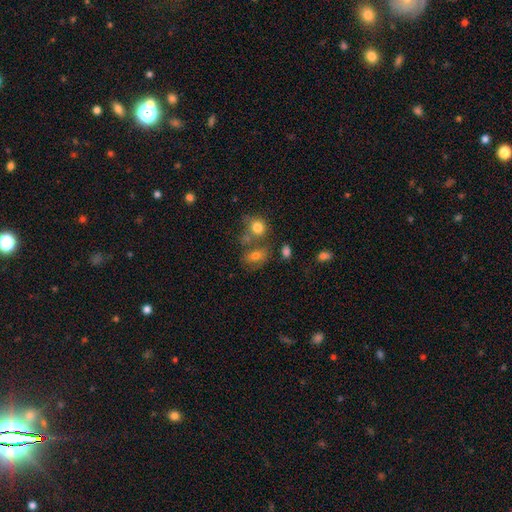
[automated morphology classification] Smooth or featured? Predicted: smooth (p=0.68). How rounded? Predicted: in between (p=0.63). Merging? Predicted: none (p=0.47).